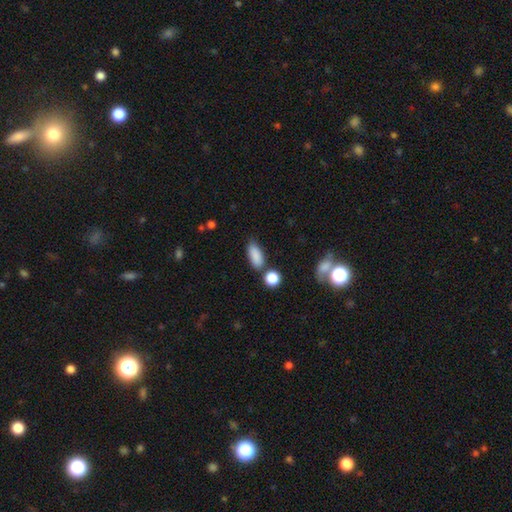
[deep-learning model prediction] The model was most divided on "merging": none: 66%, minor disturbance: 19%, merger: 10%, major disturbance: 5%. More confident: smooth or featured — smooth (86%); how rounded — in between (82%).